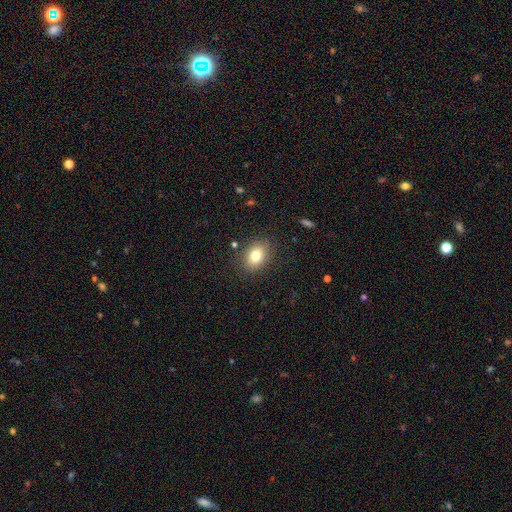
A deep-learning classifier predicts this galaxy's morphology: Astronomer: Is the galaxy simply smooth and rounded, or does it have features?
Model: smooth — 79%.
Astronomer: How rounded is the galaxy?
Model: in between — 70%.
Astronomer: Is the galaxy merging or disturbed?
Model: none — 85%.